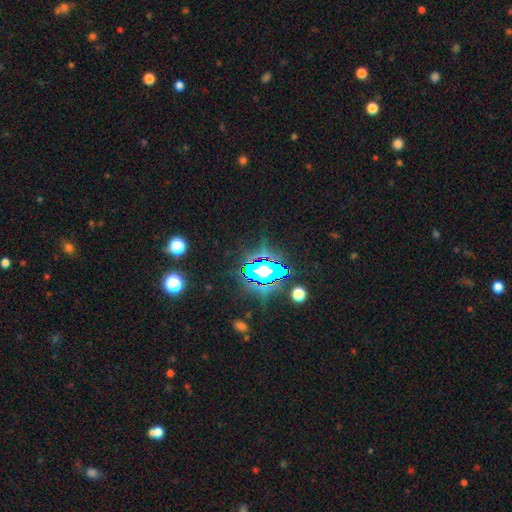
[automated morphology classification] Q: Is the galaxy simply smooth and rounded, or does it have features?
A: star or artifact — 81%.